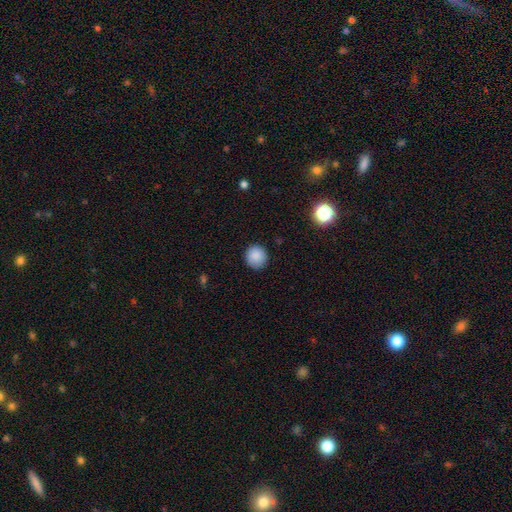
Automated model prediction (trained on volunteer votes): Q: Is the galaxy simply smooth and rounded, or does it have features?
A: smooth — 87%.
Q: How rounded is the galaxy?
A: round — 89%.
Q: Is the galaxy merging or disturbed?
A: none — 88%.